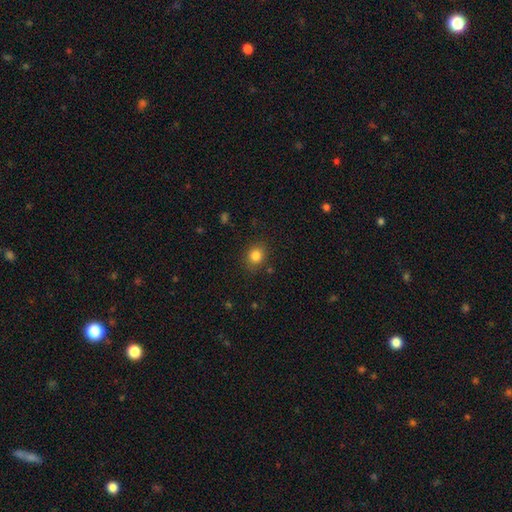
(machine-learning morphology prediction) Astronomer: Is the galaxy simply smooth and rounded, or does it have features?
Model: smooth — 83%.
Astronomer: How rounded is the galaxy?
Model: round — 70%.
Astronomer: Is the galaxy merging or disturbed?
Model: none — 85%.